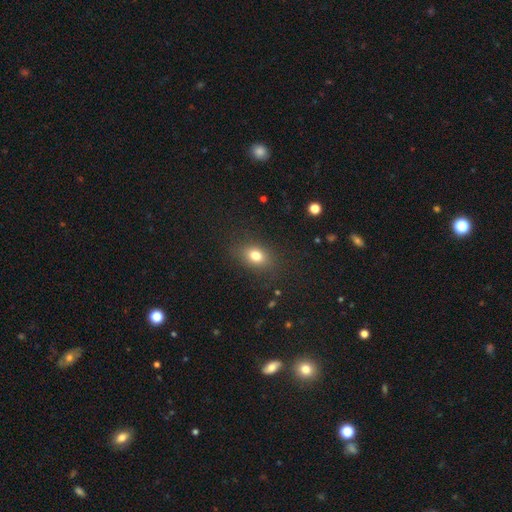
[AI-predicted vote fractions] Smooth or featured?
  - smooth: 78% *
  - star or artifact: 12%
  - featured or disk: 10%
How rounded?
  - in between: 68% *
  - round: 30%
  - cigar-shaped: 2%
Merging?
  - none: 83% *
  - minor disturbance: 12%
  - major disturbance: 4%
  - merger: 1%